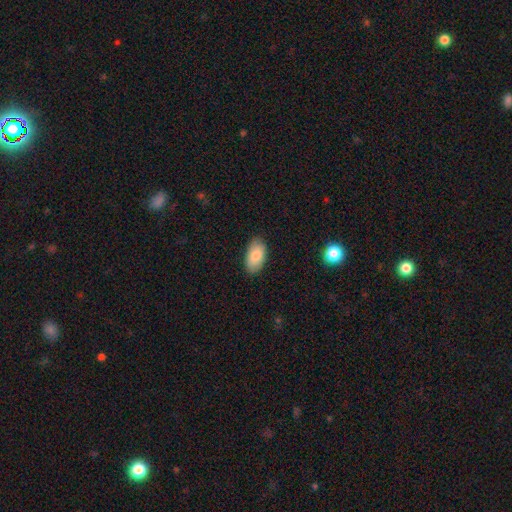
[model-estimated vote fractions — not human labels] smooth_or_featured: smooth (p=0.85) [alt: featured or disk p=0.09]
how_rounded: in between (p=0.95) [alt: round p=0.03]
merging: none (p=0.85) [alt: minor disturbance p=0.12]